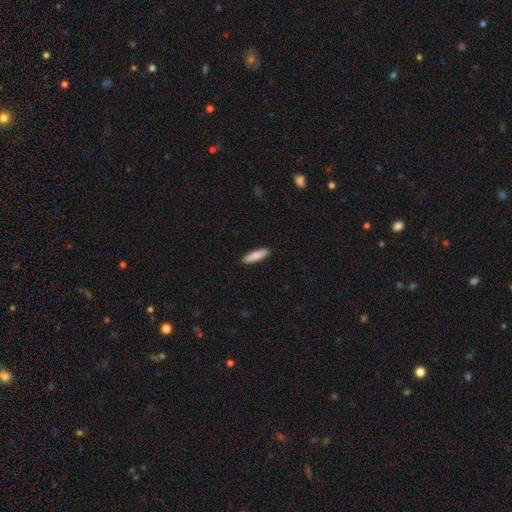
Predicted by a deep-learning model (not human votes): smooth 81%, featured or disk 14%, star or artifact 5%. Down the decision tree: how rounded — cigar-shaped (74%); merging — none (91%).